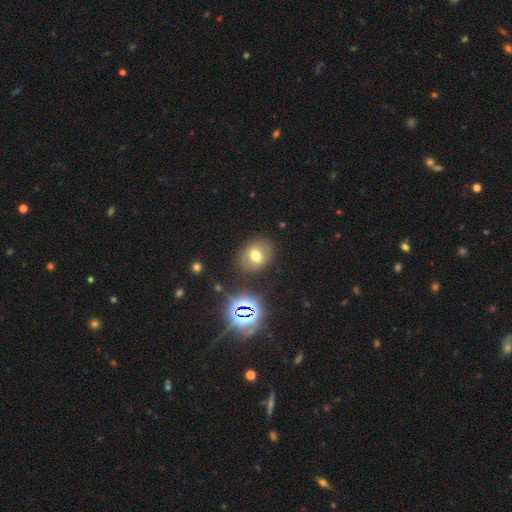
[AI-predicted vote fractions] This is possibly a smooth galaxy (59%). How rounded: possibly round (53%). Merging: clearly none (83%).